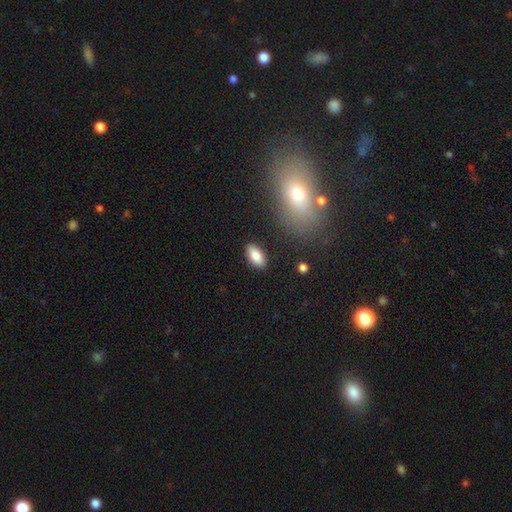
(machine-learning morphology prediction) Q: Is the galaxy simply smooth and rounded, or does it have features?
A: smooth — 85%.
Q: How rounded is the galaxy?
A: in between — 91%.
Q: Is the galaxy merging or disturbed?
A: none — 88%.